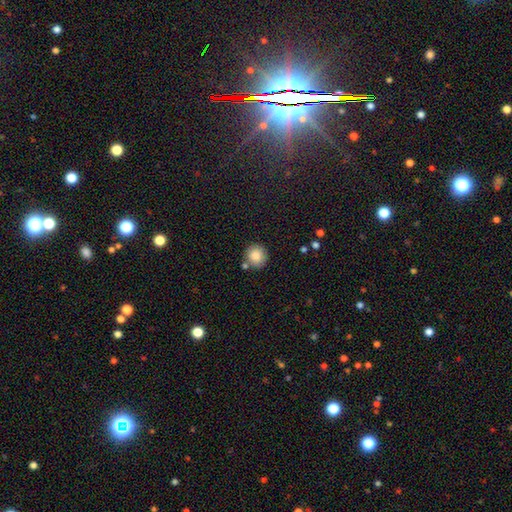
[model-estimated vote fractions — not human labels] A smooth galaxy with no disk features (86%) that is round (90%).

Vote fractions:
- Smooth or featured? smooth: 86% / star or artifact: 8% / featured or disk: 5%
- How rounded? round: 90% / in between: 10% / cigar-shaped: 1%
- Merging? none: 78% / minor disturbance: 10% / merger: 9% / major disturbance: 3%